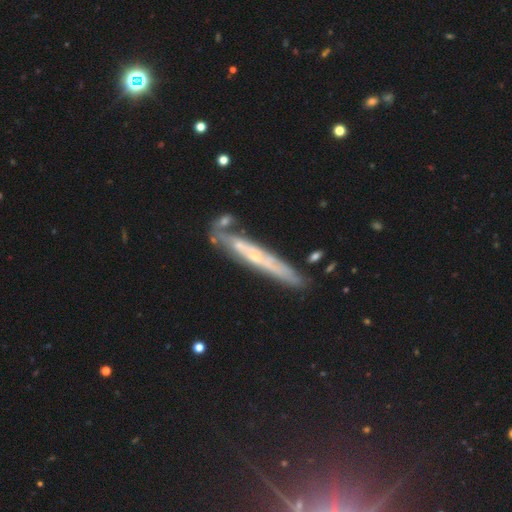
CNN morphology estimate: This appears to be a featured or disk galaxy (68%) viewed edge-on (74%) with no central bulge (57%). Merging: none (68%).